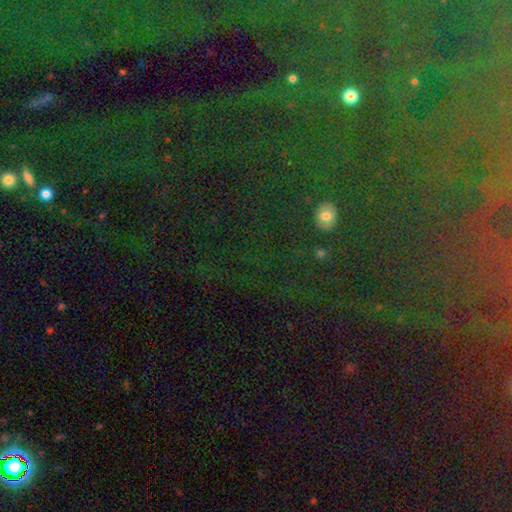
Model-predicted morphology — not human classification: Smooth or featured?
  - star or artifact: 70% *
  - smooth: 19%
  - featured or disk: 11%